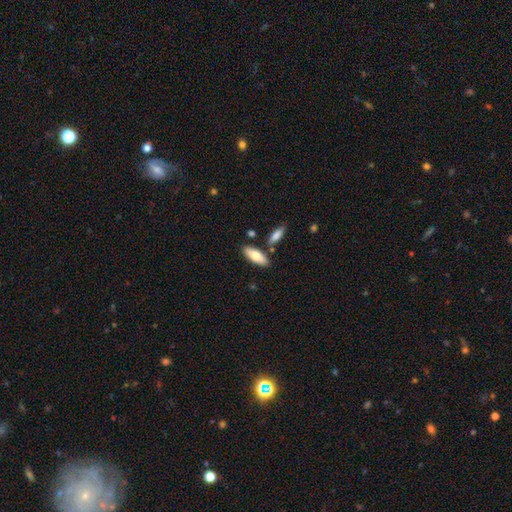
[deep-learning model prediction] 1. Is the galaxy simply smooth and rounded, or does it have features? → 73% smooth, 21% featured or disk, 5% star or artifact.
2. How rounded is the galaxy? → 75% in between, 23% cigar-shaped, 2% round.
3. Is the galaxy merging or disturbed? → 78% none, 11% minor disturbance, 9% merger, 2% major disturbance.